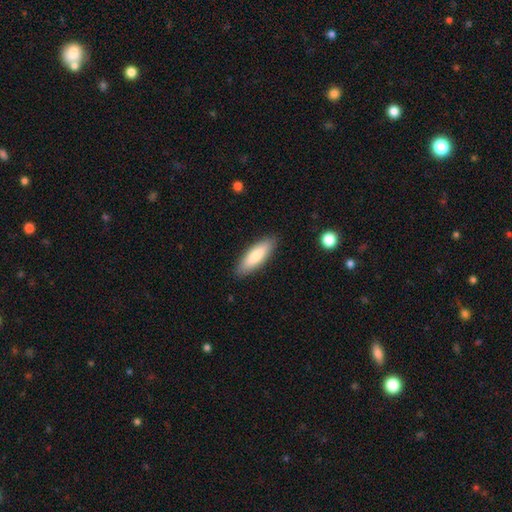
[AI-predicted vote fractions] smooth-or-featured: smooth: 81% | featured or disk: 13% | star or artifact: 5%
  how-rounded: in between: 54% | cigar-shaped: 45% | round: 2%
  merging: none: 88% | minor disturbance: 9% | major disturbance: 2% | merger: 1%